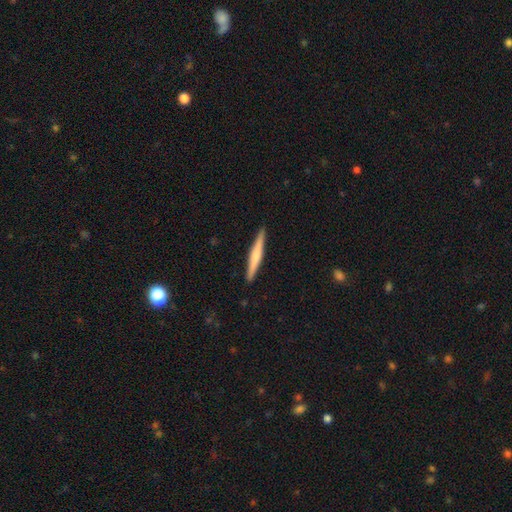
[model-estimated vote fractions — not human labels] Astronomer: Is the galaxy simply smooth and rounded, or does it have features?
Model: featured or disk — 48% (runner-up: smooth, 47%).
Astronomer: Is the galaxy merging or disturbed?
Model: none — 91%.